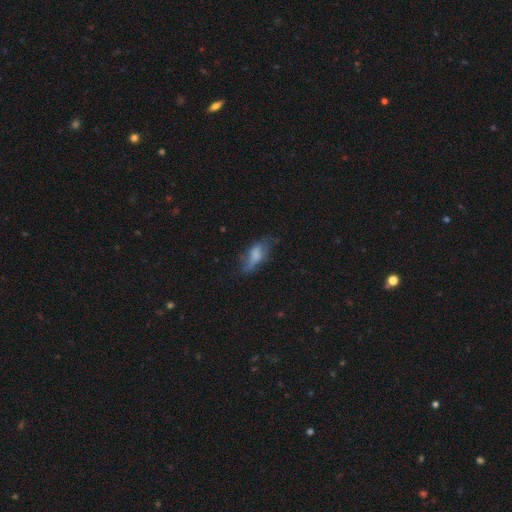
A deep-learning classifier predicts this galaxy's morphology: A smooth galaxy with no disk features (61%) that is in between round and cigar-shaped (74%).

Vote fractions:
- Smooth or featured? smooth: 61% / featured or disk: 28% / star or artifact: 11%
- How rounded? in between: 74% / cigar-shaped: 23% / round: 3%
- Merging? none: 42% / minor disturbance: 31% / major disturbance: 24% / merger: 4%